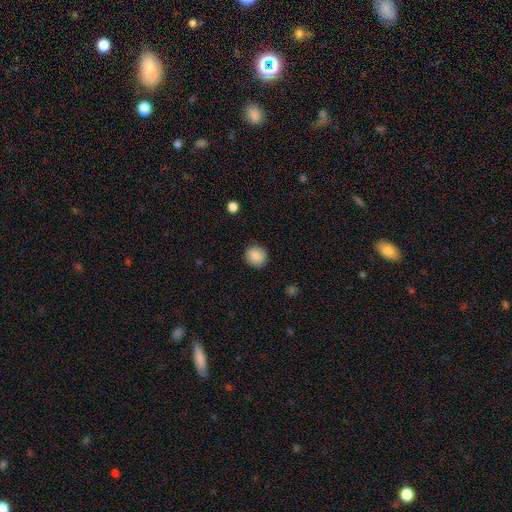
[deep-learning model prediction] This is clearly a smooth galaxy (88%). How rounded: clearly round (88%). Merging: clearly none (89%).